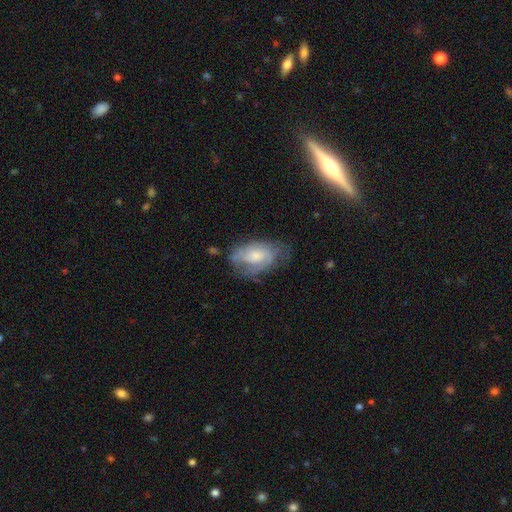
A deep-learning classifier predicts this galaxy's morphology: This is possibly a featured or disk galaxy (59%). It is clearly not viewed edge-on (95%). Bar: likely no (69%). Spiral arm pattern: likely yes (79%). Central bulge: marginally moderate (42%). Merging: possibly none (53%).